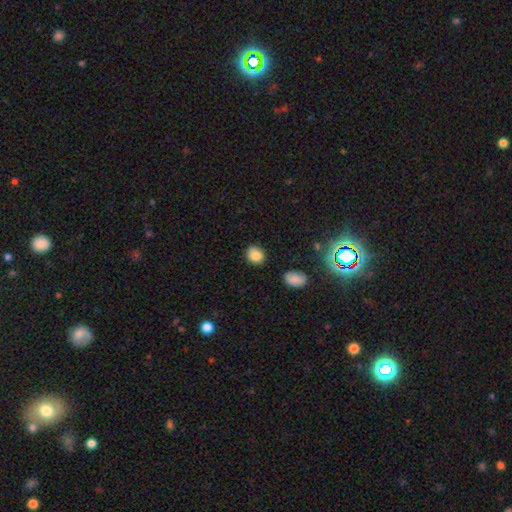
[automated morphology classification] Smooth or featured? smooth (83%)
How rounded? round (64%)
Merging? none (81%)